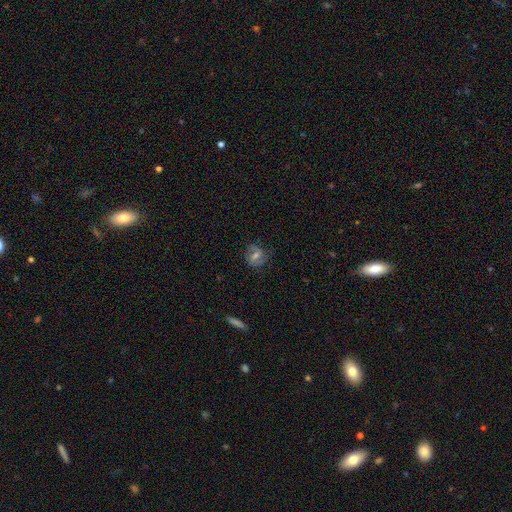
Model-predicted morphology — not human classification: This is possibly a featured or disk galaxy (56%). It is clearly not viewed edge-on (95%). Bar: marginally weak (44%). Spiral arm pattern: likely yes (78%). Central bulge: likely moderate (61%). Merging: likely none (78%).